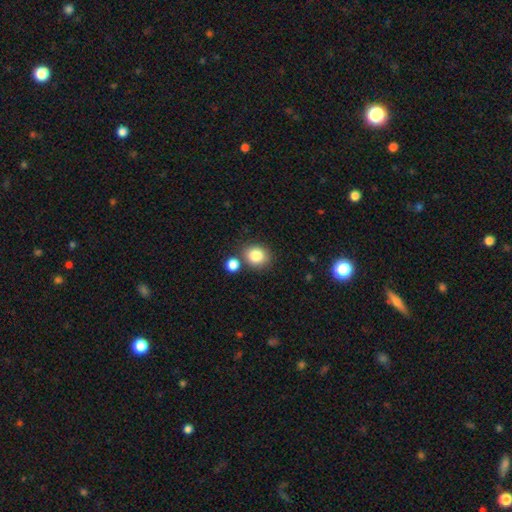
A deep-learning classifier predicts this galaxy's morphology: A smooth galaxy with no disk features (84%) that is round (73%).

Vote fractions:
- Smooth or featured? smooth: 84% / star or artifact: 9% / featured or disk: 7%
- How rounded? round: 73% / in between: 26% / cigar-shaped: 1%
- Merging? none: 71% / merger: 15% / minor disturbance: 11% / major disturbance: 3%